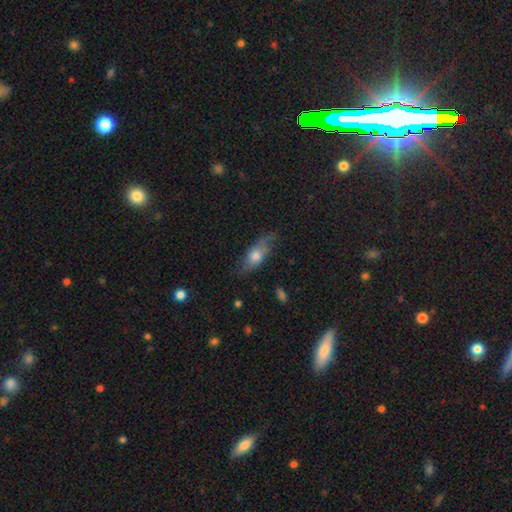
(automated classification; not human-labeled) Q: Smooth or featured?
A: smooth (52%); runner-up: featured or disk (40%)
Q: How rounded?
A: in between (66%); runner-up: cigar-shaped (27%)
Q: Merging?
A: none (61%); runner-up: minor disturbance (27%)